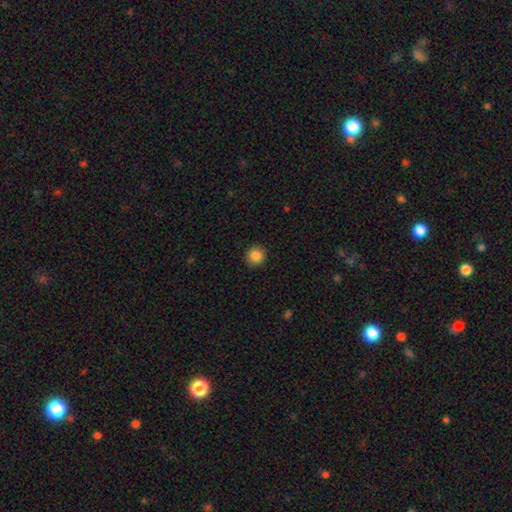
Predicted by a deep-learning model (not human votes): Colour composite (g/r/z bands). It shows a smooth galaxy with no disk features (86%) that is round (93%). Merging: none (92%).